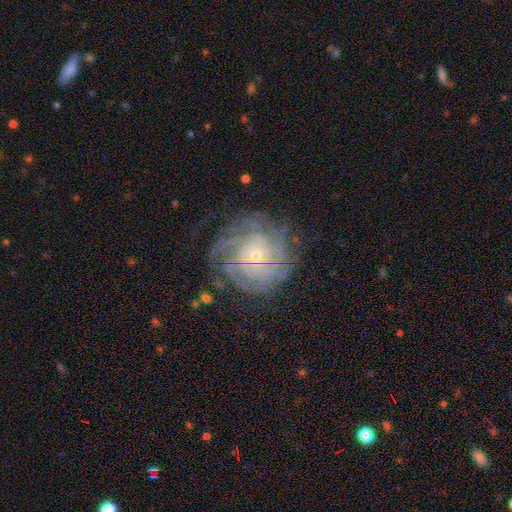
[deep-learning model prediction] Morphology: type=featured or disk (85%); edge-on=no (97%); bar=no (80%); spiral arms=yes (96%); winding=tight (77%); arm count=can't tell (30%); bulge=small (74%); merging=none (76%).